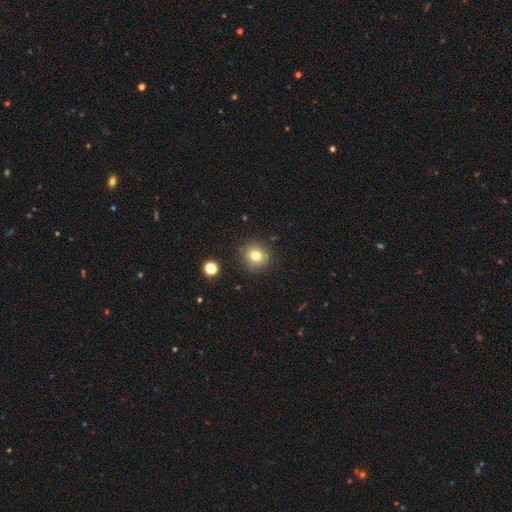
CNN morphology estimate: Overall: smooth (78%). How rounded: round (91%). Merging: none (87%).